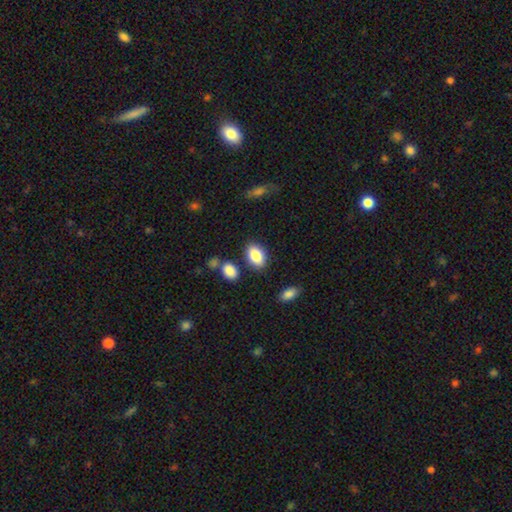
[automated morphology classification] Smooth or featured: smooth — 86% (star or artifact — 7%)
How rounded: in between — 88% (round — 10%)
Merging: none — 80% (minor disturbance — 11%)